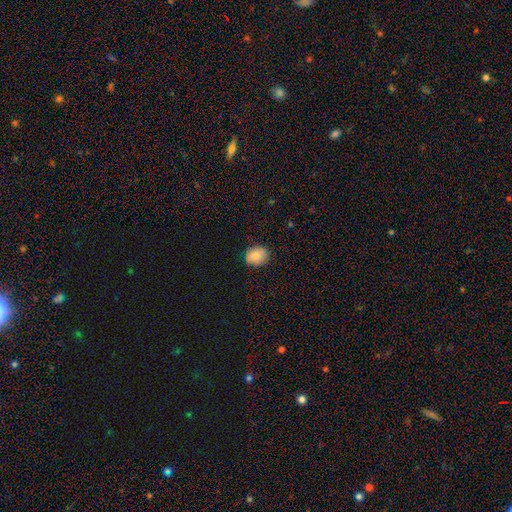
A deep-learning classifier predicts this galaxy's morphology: A smooth galaxy with no disk features (84%) that is round (65%). Merging: none (82%).